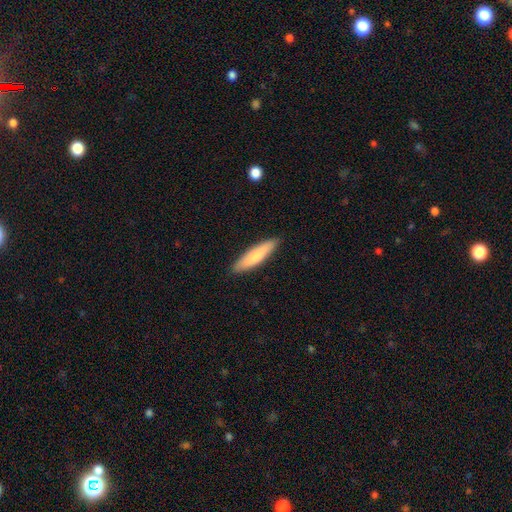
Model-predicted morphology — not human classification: This appears to be a smooth galaxy with no disk features (74%) that is cigar-shaped (79%). Merging: none (89%).